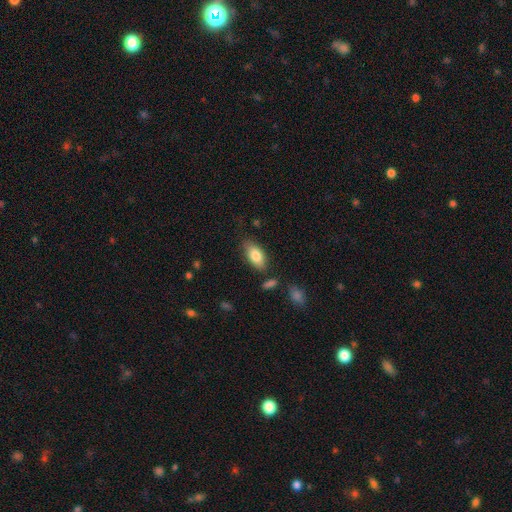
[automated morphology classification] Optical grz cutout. It shows a smooth galaxy with no disk features (83%) that is in between round and cigar-shaped (90%). Merging: none (77%).